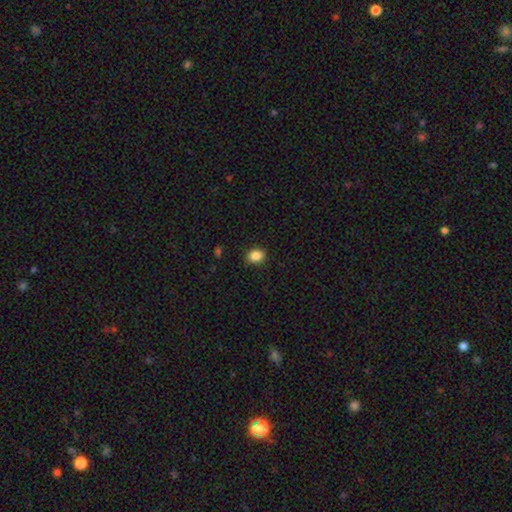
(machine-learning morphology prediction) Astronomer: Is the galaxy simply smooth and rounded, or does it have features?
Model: smooth — 87%.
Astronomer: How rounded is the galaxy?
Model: in between — 55% (runner-up: round, 44%).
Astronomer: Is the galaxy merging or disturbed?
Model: none — 88%.